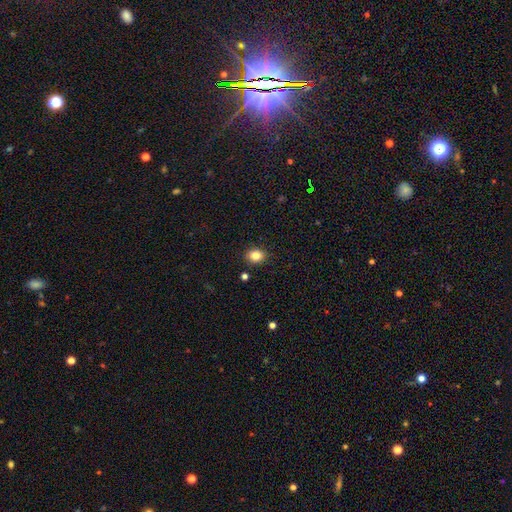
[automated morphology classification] Smooth or featured?
  - smooth: 83% *
  - star or artifact: 11%
  - featured or disk: 6%
How rounded?
  - round: 62% *
  - in between: 37%
  - cigar-shaped: 1%
Merging?
  - none: 88% *
  - minor disturbance: 8%
  - merger: 2%
  - major disturbance: 2%